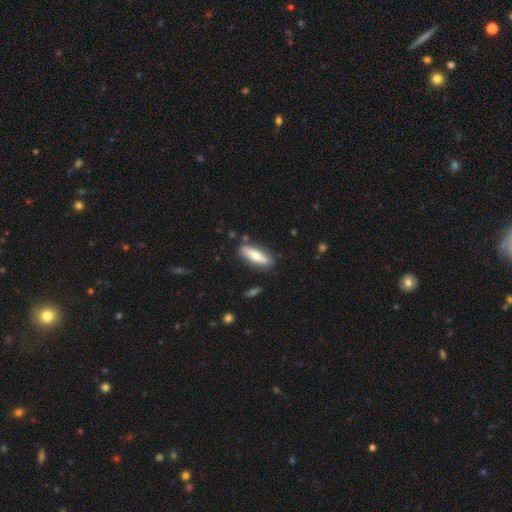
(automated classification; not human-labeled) This appears to be a smooth galaxy with no disk features (64%) that is cigar-shaped (53%). Merging: none (82%).